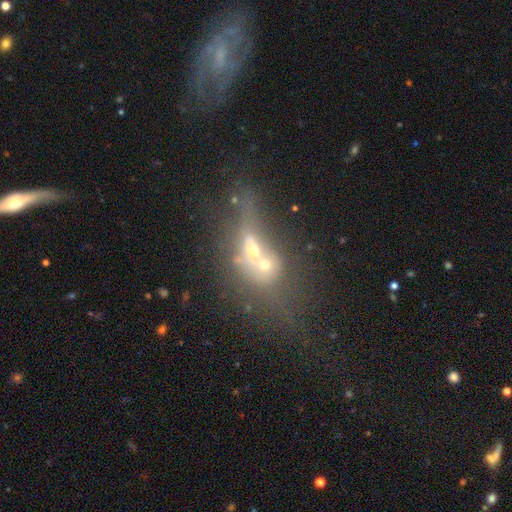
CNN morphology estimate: Smooth or featured?
  - featured or disk: 43% *
  - smooth: 36%
  - star or artifact: 21%
Merging?
  - merger: 69% *
  - none: 14%
  - major disturbance: 10%
  - minor disturbance: 6%